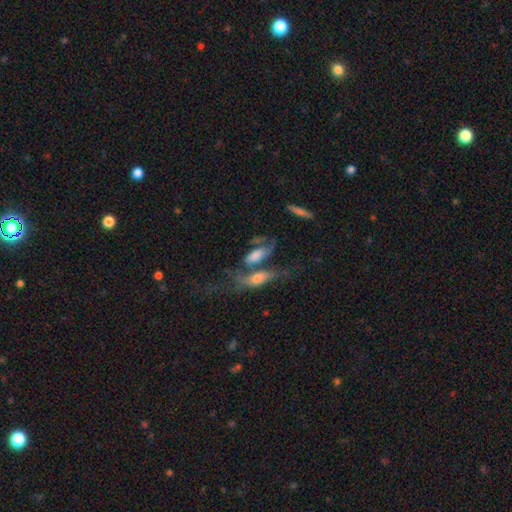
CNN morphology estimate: Smooth or featured? Predicted: featured or disk (p=0.48). Merging? Predicted: merger (p=0.51).